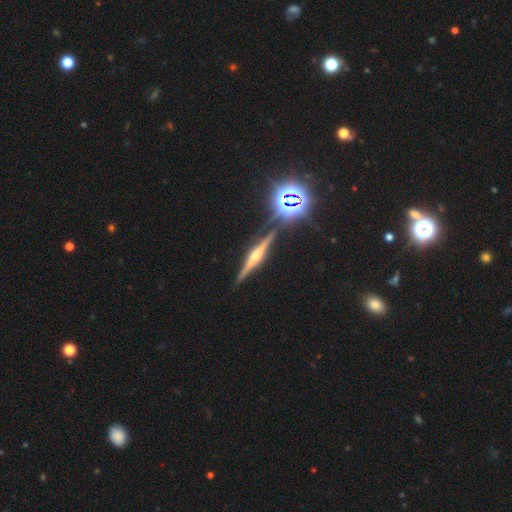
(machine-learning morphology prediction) Smooth or featured: featured or disk — 73% (star or artifact — 16%)
Edge-on disk: yes — 97% (no — 3%)
Edge-on bulge: rounded — 85% (boxy — 10%)
Merging: none — 87% (minor disturbance — 7%)